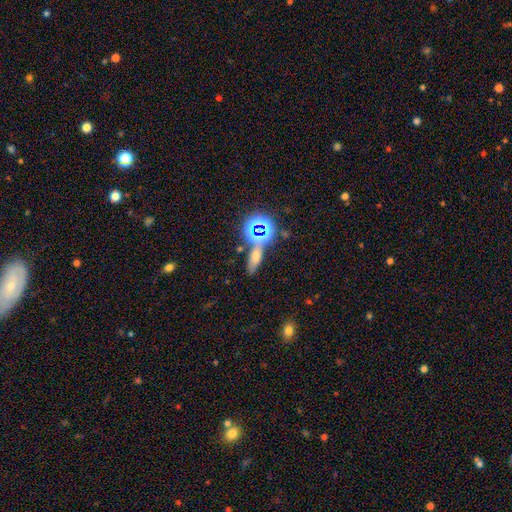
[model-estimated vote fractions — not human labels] Smooth or featured: smooth — 47% (star or artifact — 35%)
Merging: none — 73% (merger — 13%)